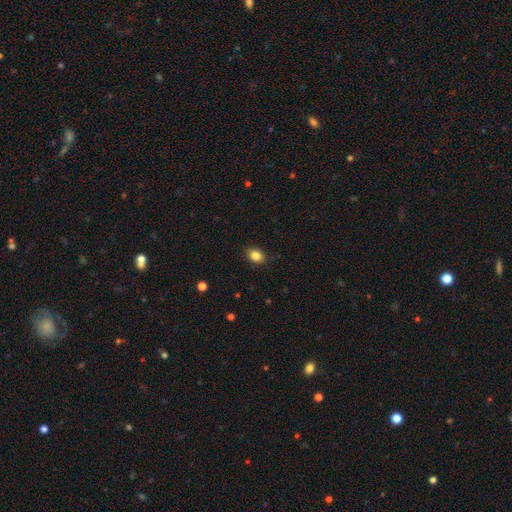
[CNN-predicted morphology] The model was most divided on "how rounded": in between: 58%, round: 41%, cigar-shaped: 1%. More confident: merging — none (87%); smooth or featured — smooth (84%).